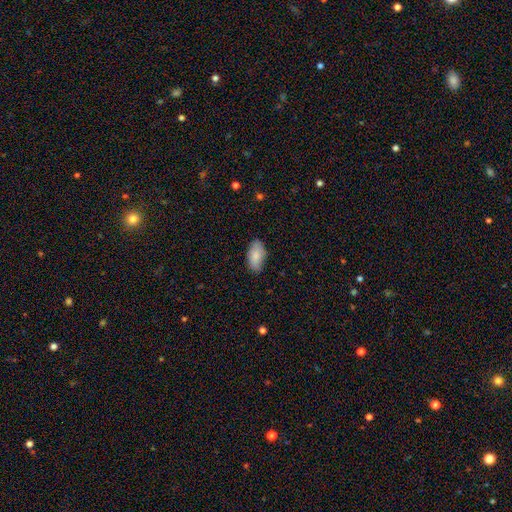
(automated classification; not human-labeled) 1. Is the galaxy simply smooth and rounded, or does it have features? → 84% smooth, 10% featured or disk, 6% star or artifact.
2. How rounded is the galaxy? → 94% in between, 3% round, 3% cigar-shaped.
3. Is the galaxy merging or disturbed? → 80% none, 16% minor disturbance, 3% major disturbance, 1% merger.